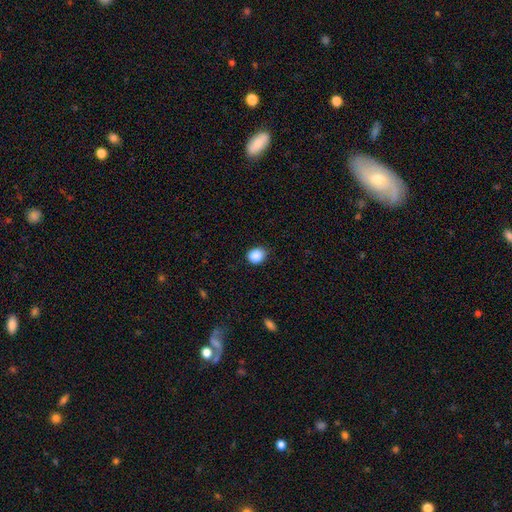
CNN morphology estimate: Q: Smooth or featured?
A: smooth (88%); runner-up: star or artifact (9%)
Q: How rounded?
A: round (69%); runner-up: in between (31%)
Q: Merging?
A: none (81%); runner-up: minor disturbance (15%)